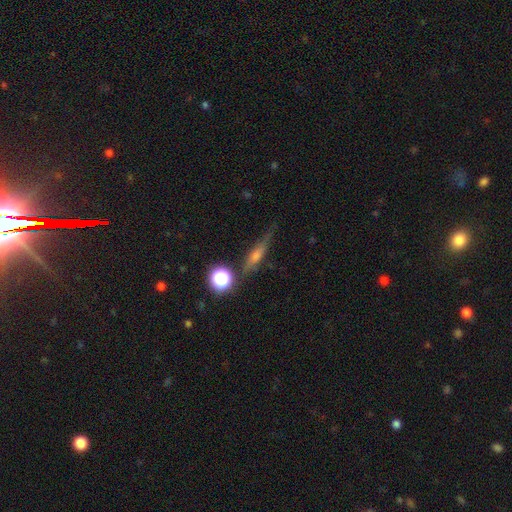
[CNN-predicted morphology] featured or disk 49%, smooth 36%, star or artifact 15%. Down the decision tree: merging — none (73%).